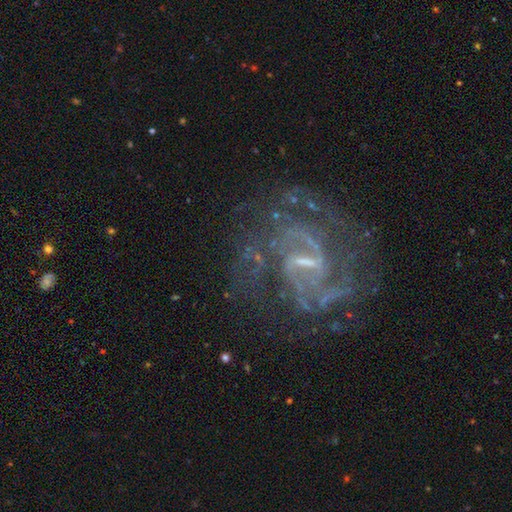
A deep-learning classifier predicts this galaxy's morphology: featured or disk 84%, star or artifact 11%, smooth 5%. Down the decision tree: edge-on disk — no (98%); bar — weak (54%); spiral arms — yes (94%); spiral arm count — 2 (47%); spiral winding — medium (47%); bulge size — small (62%); merging — none (72%).